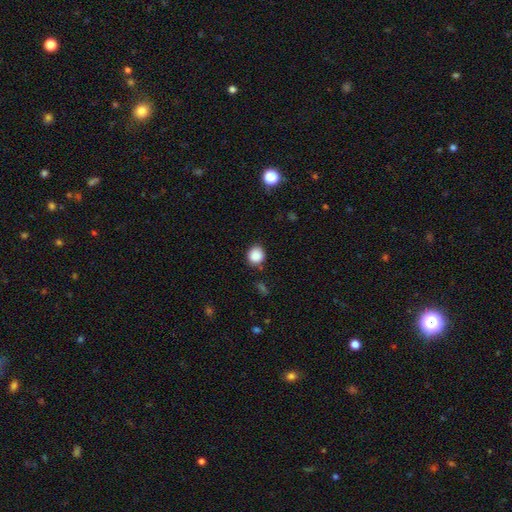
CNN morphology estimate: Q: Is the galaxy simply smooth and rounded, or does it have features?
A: smooth — 87%.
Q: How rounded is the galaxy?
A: round — 81%.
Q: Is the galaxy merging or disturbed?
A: none — 81%.